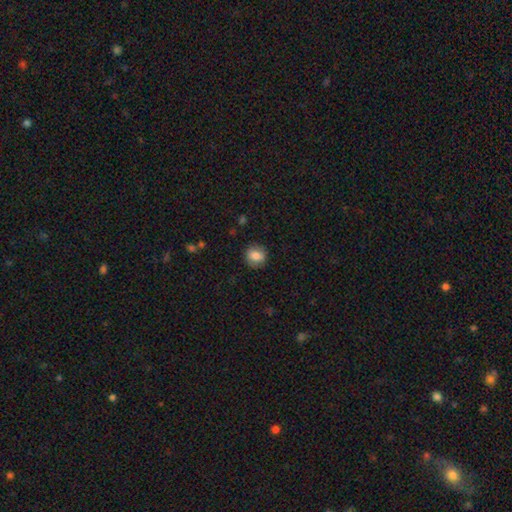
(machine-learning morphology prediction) The model was most divided on "how rounded": round: 83%, in between: 16%, cigar-shaped: 1%. More confident: merging — none (88%); smooth or featured — smooth (82%).